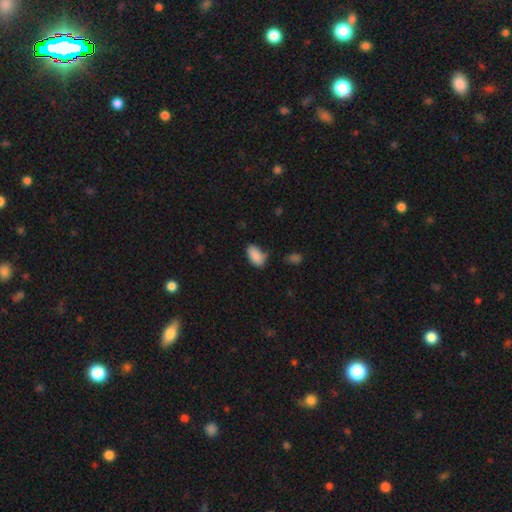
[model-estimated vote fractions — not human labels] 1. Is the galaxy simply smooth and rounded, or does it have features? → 87% smooth, 8% star or artifact, 5% featured or disk.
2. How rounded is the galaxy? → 94% in between, 4% round, 2% cigar-shaped.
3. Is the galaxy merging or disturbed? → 62% none, 28% minor disturbance, 6% major disturbance, 4% merger.